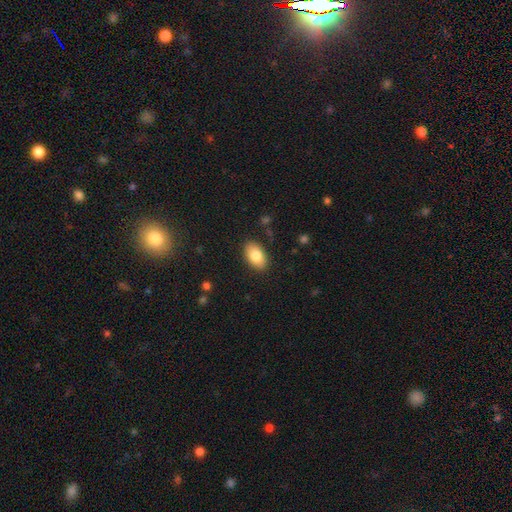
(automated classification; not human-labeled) This is clearly a smooth galaxy (82%). How rounded: clearly in between (93%). Merging: clearly none (88%).